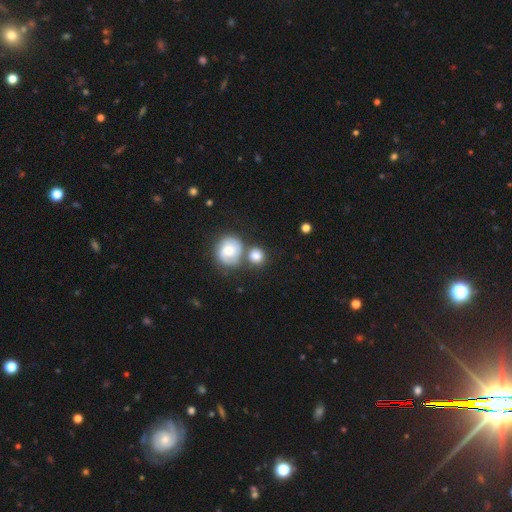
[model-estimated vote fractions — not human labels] Smooth or featured?
  - smooth: 75% *
  - featured or disk: 17%
  - star or artifact: 8%
How rounded?
  - round: 87% *
  - in between: 12%
  - cigar-shaped: 1%
Merging?
  - none: 57% *
  - merger: 26%
  - minor disturbance: 12%
  - major disturbance: 5%